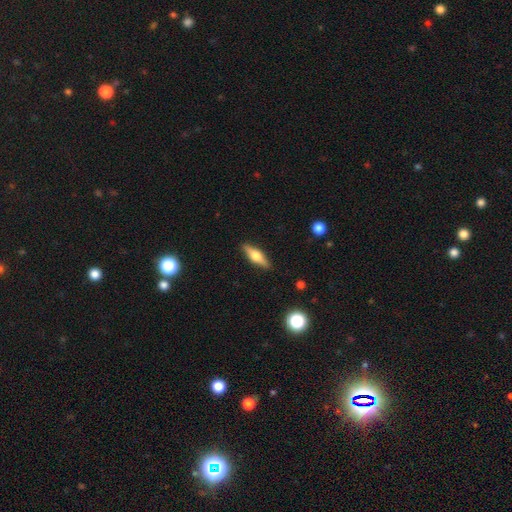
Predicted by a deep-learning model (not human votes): smooth_or_featured: featured or disk (p=0.54) [alt: smooth p=0.40]
disk_edge_on: yes (p=0.94) [alt: no p=0.06]
edge_on_bulge: rounded (p=0.92) [alt: boxy p=0.06]
merging: none (p=0.89) [alt: minor disturbance p=0.08]